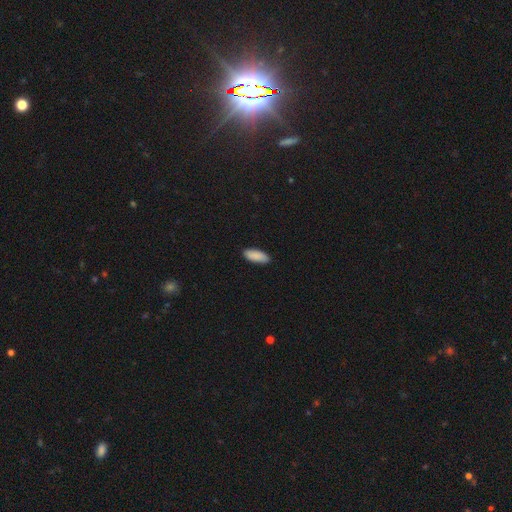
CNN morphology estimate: smooth_or_featured: smooth (p=0.90) [alt: star or artifact p=0.06]
how_rounded: in between (p=0.79) [alt: cigar-shaped p=0.20]
merging: none (p=0.88) [alt: minor disturbance p=0.10]